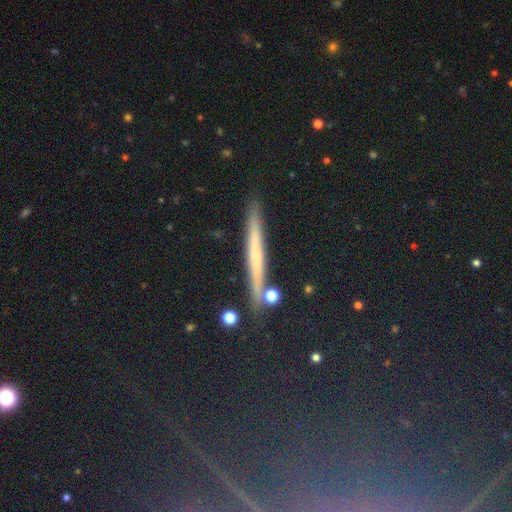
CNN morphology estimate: Smooth or featured: smooth — 40% (star or artifact — 33%)
Merging: none — 85% (minor disturbance — 9%)